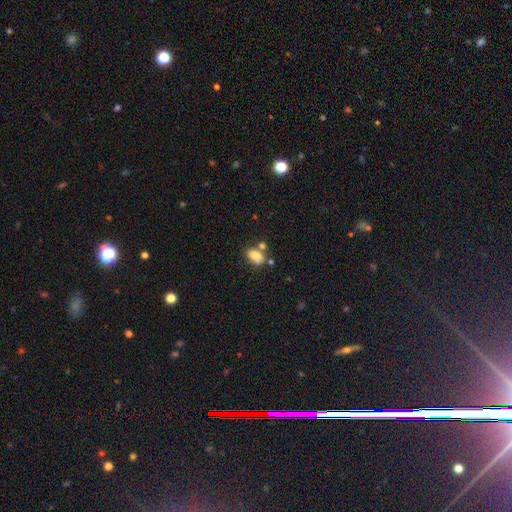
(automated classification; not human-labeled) A smooth galaxy with no disk features (79%) that is in between round and cigar-shaped (84%).

Vote fractions:
- Smooth or featured? smooth: 79% / featured or disk: 11% / star or artifact: 10%
- How rounded? in between: 84% / round: 13% / cigar-shaped: 3%
- Merging? none: 49% / merger: 29% / minor disturbance: 17% / major disturbance: 6%